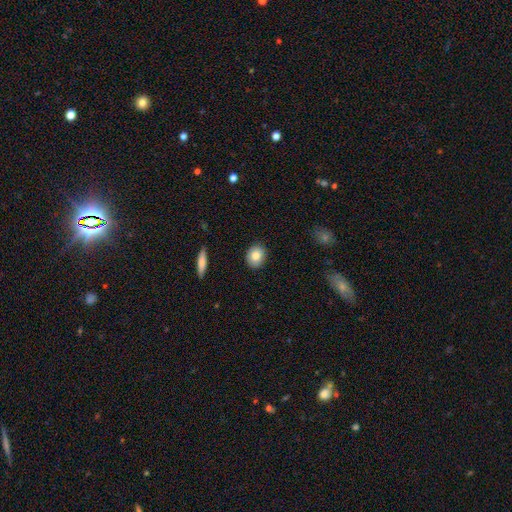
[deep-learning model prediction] The model was most divided on "how rounded": round: 55%, in between: 44%, cigar-shaped: 1%. More confident: merging — none (89%); smooth or featured — smooth (82%).